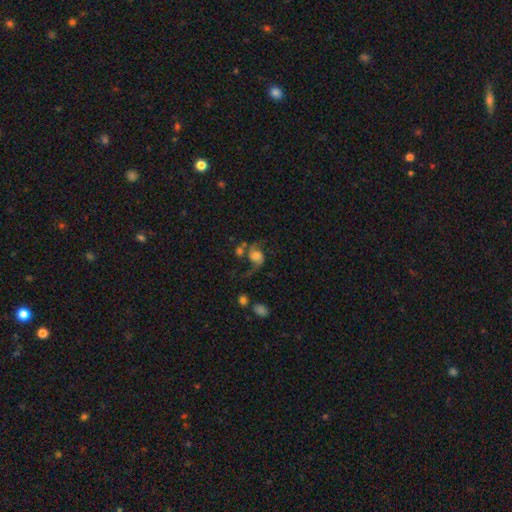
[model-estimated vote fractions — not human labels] smooth-or-featured: featured or disk: 73% | smooth: 17% | star or artifact: 10%
  disk-edge-on: no: 98% | yes: 2%
    bar: no: 65% | weak: 28% | strong: 6%
    has-spiral-arms: yes: 94% | no: 6%
      spiral-winding: loose: 70% | medium: 25% | tight: 5%
      spiral-arm-count: 2: 89% | 1: 6% | can't tell: 2% | 3: 1% | 4: 1% | more than 4: 1%
    bulge-size: large: 32% | moderate: 31% | small: 16% | none: 13% | dominant: 8%
  merging: none: 49% | major disturbance: 18% | minor disturbance: 17% | merger: 16%